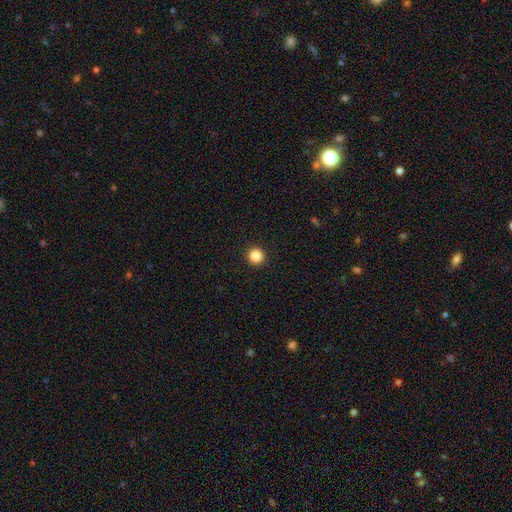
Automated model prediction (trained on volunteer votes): This appears to be a smooth galaxy with no disk features (86%) that is round (96%). Merging: none (94%).